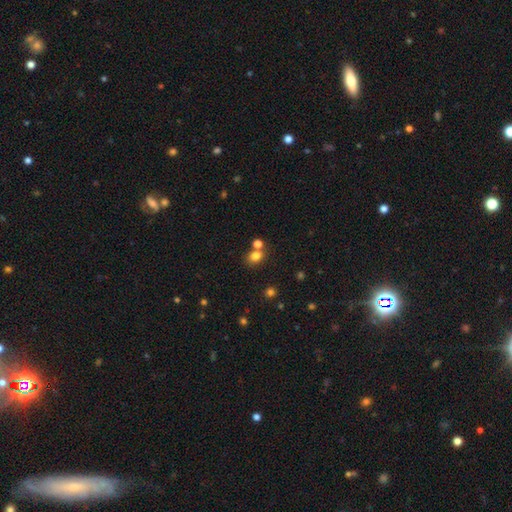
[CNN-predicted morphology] smooth_or_featured: smooth (p=0.79) [alt: star or artifact p=0.14]
how_rounded: in between (p=0.53) [alt: round p=0.46]
merging: none (p=0.58) [alt: merger p=0.27]